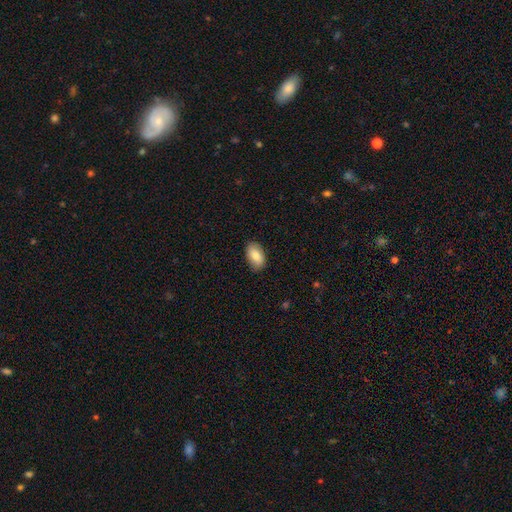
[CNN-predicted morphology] smooth-or-featured: smooth: 80% | featured or disk: 13% | star or artifact: 7%
  how-rounded: in between: 92% | round: 7% | cigar-shaped: 2%
  merging: none: 85% | minor disturbance: 12% | major disturbance: 2% | merger: 1%